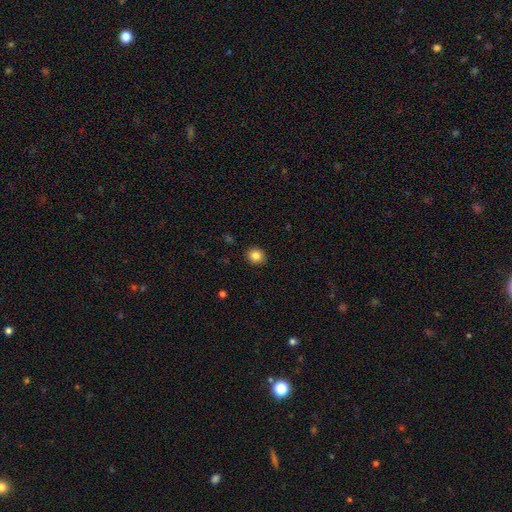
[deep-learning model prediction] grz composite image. It shows a smooth galaxy with no disk features (85%) that is round (80%). Merging: none (92%).